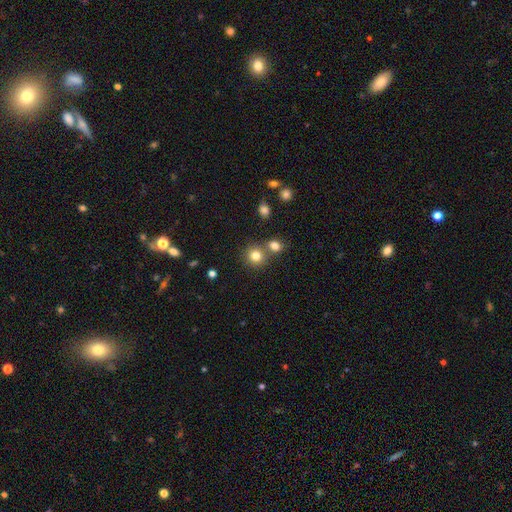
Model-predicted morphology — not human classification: This appears to be a smooth galaxy with no disk features (79%) that is round (89%). Merging: none (69%).